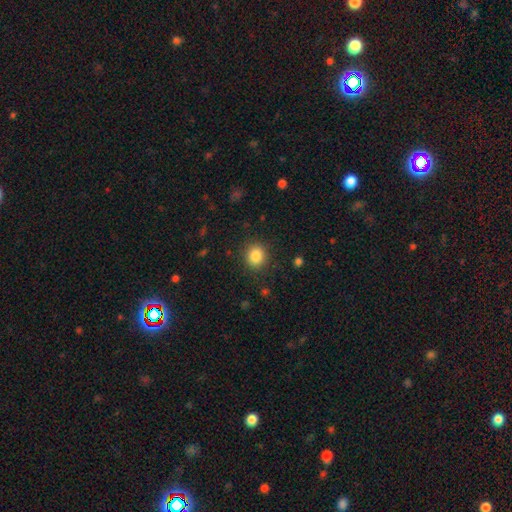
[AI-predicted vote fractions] The model was most divided on "how rounded": round: 78%, in between: 21%, cigar-shaped: 1%. More confident: merging — none (88%); smooth or featured — smooth (85%).